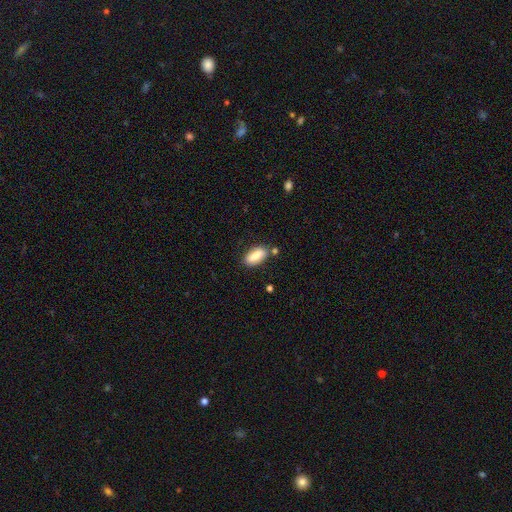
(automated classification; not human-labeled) Smooth or featured? smooth (81%)
How rounded? in between (84%)
Merging? none (75%)